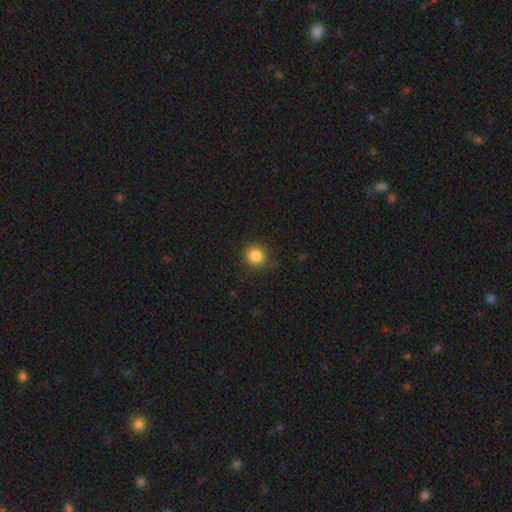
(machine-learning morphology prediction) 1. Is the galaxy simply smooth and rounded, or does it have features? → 85% smooth, 11% star or artifact, 4% featured or disk.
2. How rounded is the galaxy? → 91% round, 8% in between, 1% cigar-shaped.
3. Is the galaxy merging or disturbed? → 89% none, 8% minor disturbance, 2% major disturbance, 1% merger.